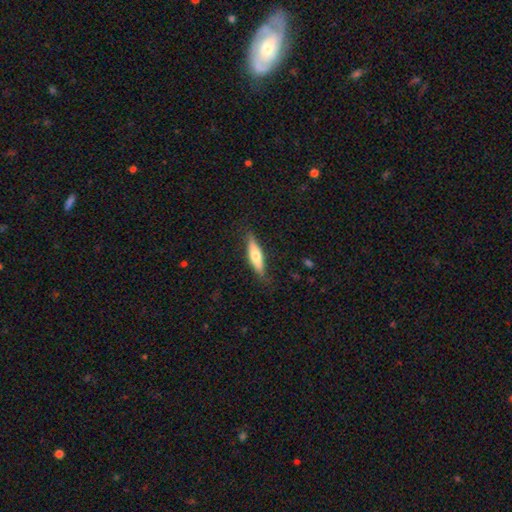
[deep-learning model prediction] Smooth or featured? Predicted: smooth (p=0.58). How rounded? Predicted: cigar-shaped (p=0.63). Merging? Predicted: none (p=0.81).